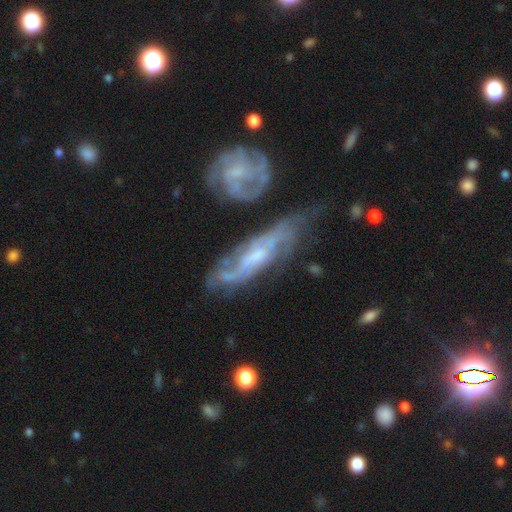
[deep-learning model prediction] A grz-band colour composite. It shows a featured or disk galaxy (78%) with no bar (49%), 2 (43%) tight (41%, tied with medium) spiral arms (88%) and a small central bulge (52%). Merging: none (50%).